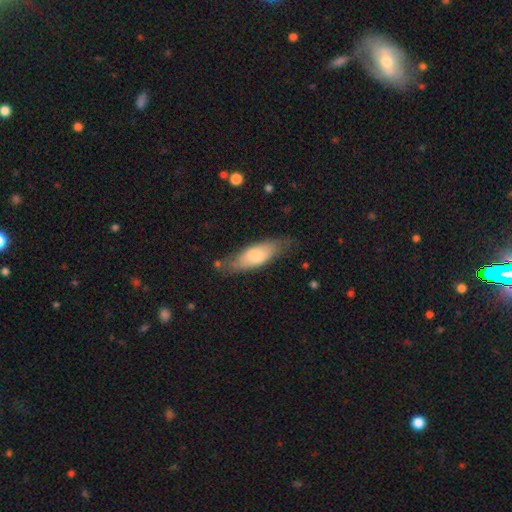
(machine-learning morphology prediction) This appears to be a smooth galaxy with no disk features (71%) that is in between round and cigar-shaped (62%). Merging: none (67%).